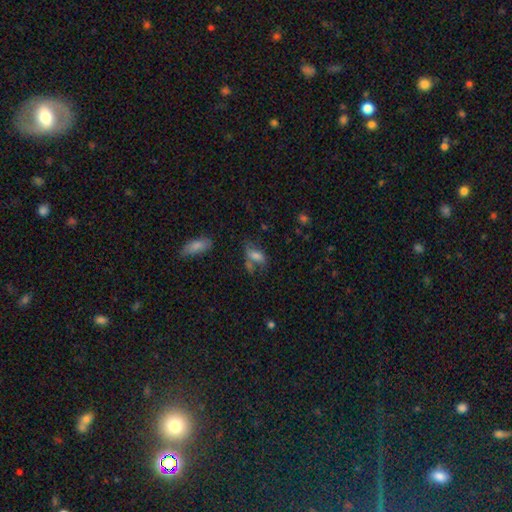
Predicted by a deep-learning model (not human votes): Q: Smooth or featured?
A: smooth (60%); runner-up: featured or disk (27%)
Q: How rounded?
A: in between (86%); runner-up: round (8%)
Q: Merging?
A: none (37%); runner-up: minor disturbance (23%)